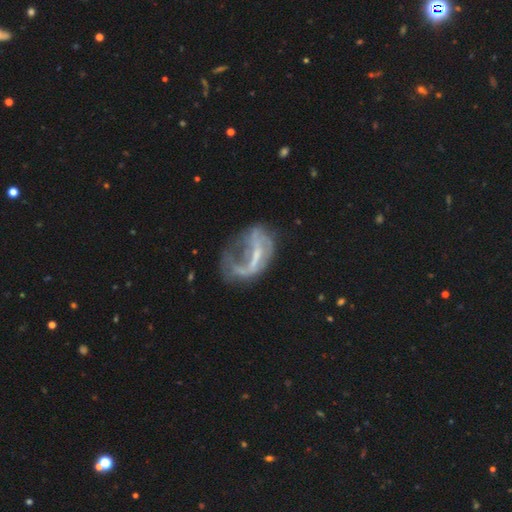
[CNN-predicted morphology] Smooth or featured? Predicted: featured or disk (p=0.72). Edge-on disk? Predicted: no (p=0.96). Bar? Predicted: weak (p=0.39). Spiral arms? Predicted: yes (p=0.54). Bulge size? Predicted: none (p=0.42). Merging? Predicted: major disturbance (p=0.47).